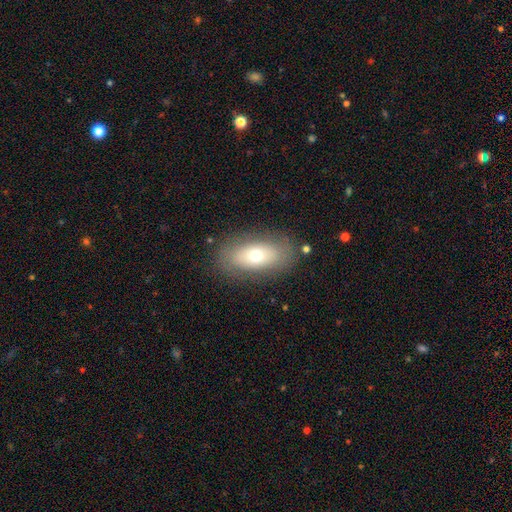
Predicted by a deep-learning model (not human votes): This appears to be a smooth galaxy with no disk features (65%) that is in between round and cigar-shaped (88%). Merging: none (82%).